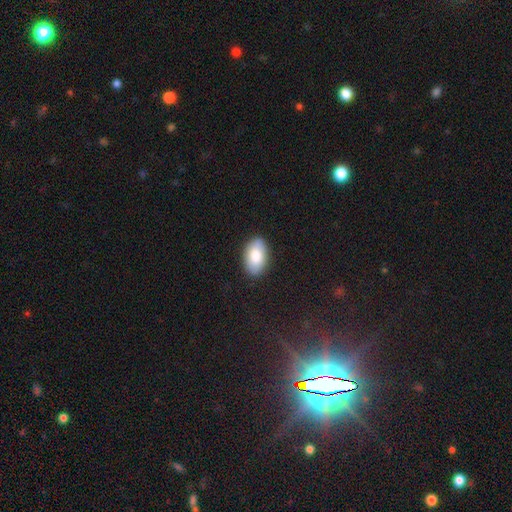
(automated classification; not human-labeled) Smooth or featured?
  - smooth: 82% *
  - featured or disk: 12%
  - star or artifact: 6%
How rounded?
  - in between: 92% *
  - round: 7%
  - cigar-shaped: 1%
Merging?
  - none: 88% *
  - minor disturbance: 9%
  - major disturbance: 2%
  - merger: 1%